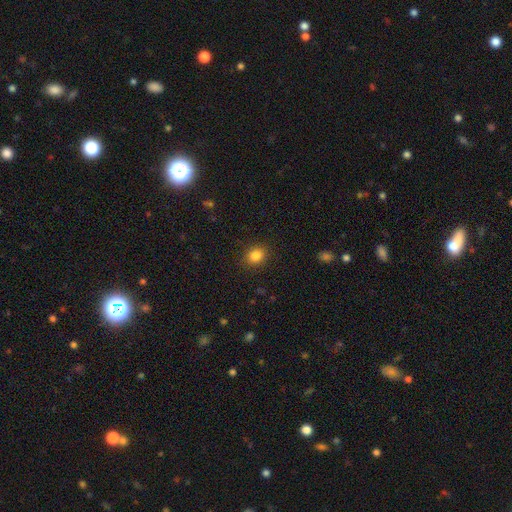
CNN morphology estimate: Overall: smooth (84%). How rounded: round (57%; in between 42%). Merging: none (89%).